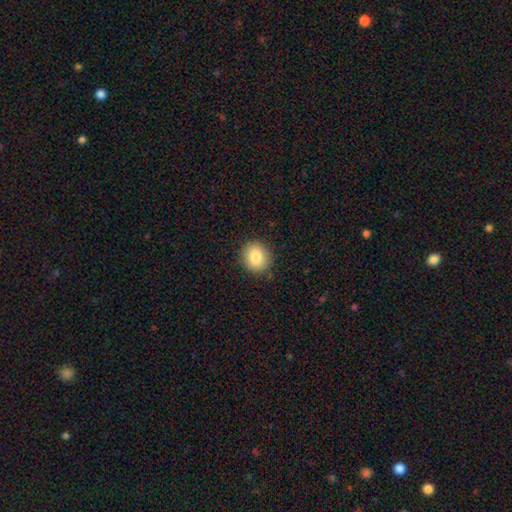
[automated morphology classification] type=smooth (84%); roundness=round (84%); merging=none (89%).